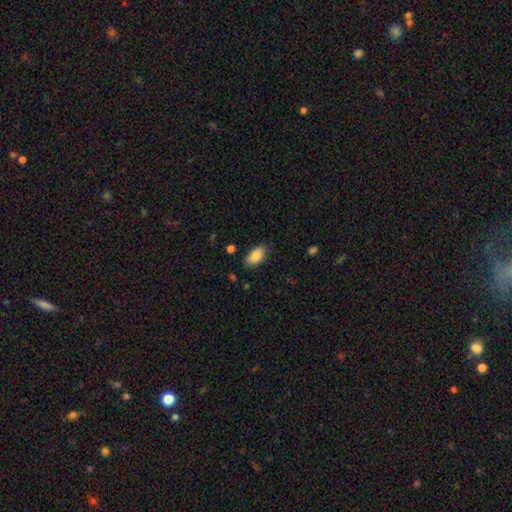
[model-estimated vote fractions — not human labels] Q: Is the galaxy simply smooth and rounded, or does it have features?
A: smooth — 87%.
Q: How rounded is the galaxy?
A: in between — 94%.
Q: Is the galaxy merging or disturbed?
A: none — 84%.